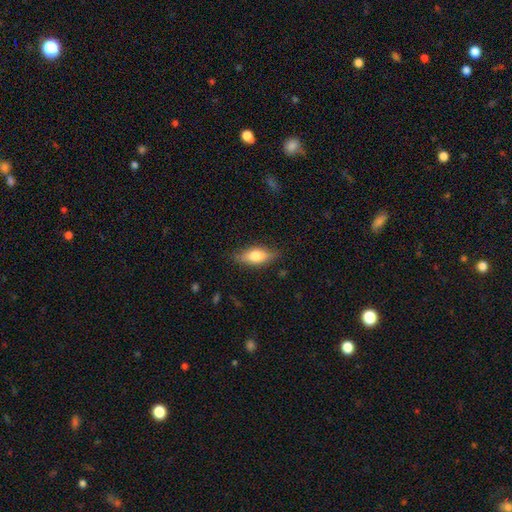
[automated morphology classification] The model was most divided on "smooth or featured": smooth: 66%, featured or disk: 28%, star or artifact: 7%. More confident: merging — none (79%); how rounded — in between (72%).